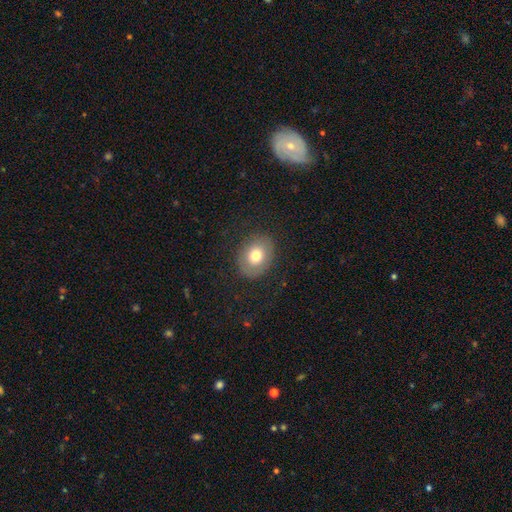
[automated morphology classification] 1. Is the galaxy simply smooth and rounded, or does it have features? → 68% smooth, 23% featured or disk, 9% star or artifact.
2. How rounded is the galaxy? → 52% in between, 47% round, 1% cigar-shaped.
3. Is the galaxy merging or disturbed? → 82% none, 12% minor disturbance, 5% major disturbance, 1% merger.